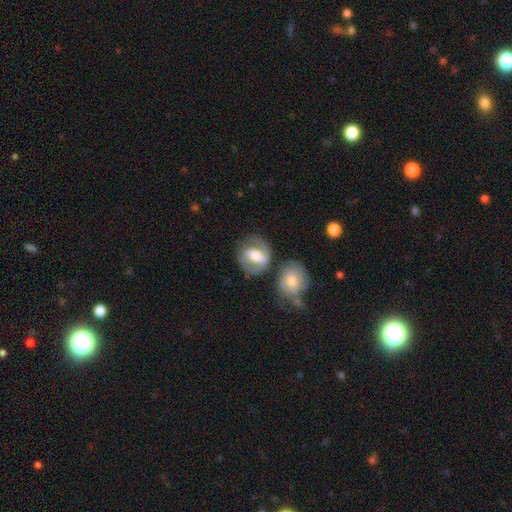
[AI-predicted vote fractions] smooth_or_featured: featured or disk (p=0.68) [alt: smooth p=0.26]
disk_edge_on: no (p=0.96) [alt: yes p=0.04]
bar: strong (p=0.46) [alt: weak p=0.37]
has_spiral_arms: yes (p=0.79) [alt: no p=0.21]
spiral_winding: medium (p=0.46) [alt: tight p=0.40]
spiral_arm_count: 2 (p=0.80) [alt: can't tell p=0.09]
bulge_size: moderate (p=0.64) [alt: large p=0.19]
merging: none (p=0.66) [alt: minor disturbance p=0.14]